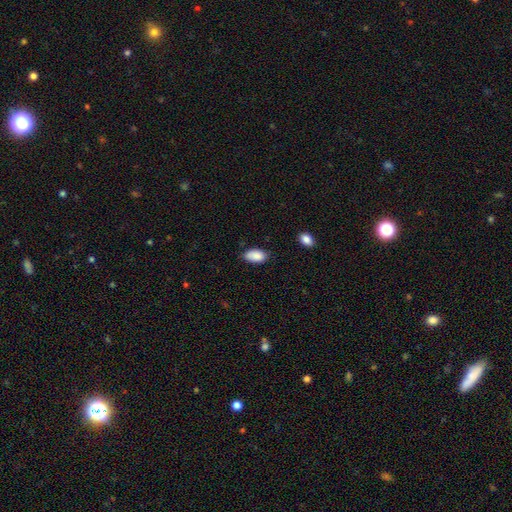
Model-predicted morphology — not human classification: Smooth or featured: smooth — 88% (star or artifact — 7%)
How rounded: in between — 94% (round — 4%)
Merging: none — 72% (minor disturbance — 23%)